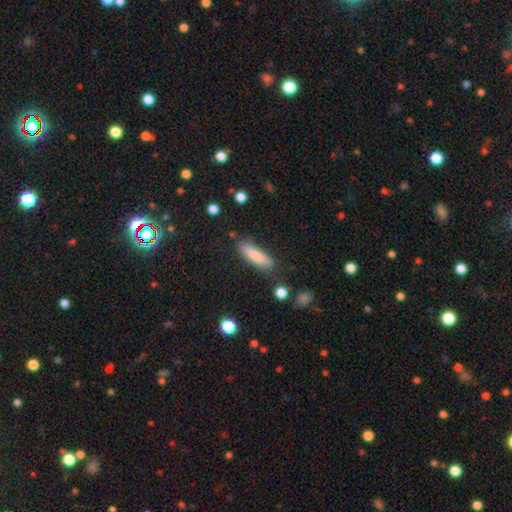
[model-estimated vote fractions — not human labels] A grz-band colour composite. It shows a smooth galaxy with no disk features (83%) that is cigar-shaped (58%). Merging: none (77%).